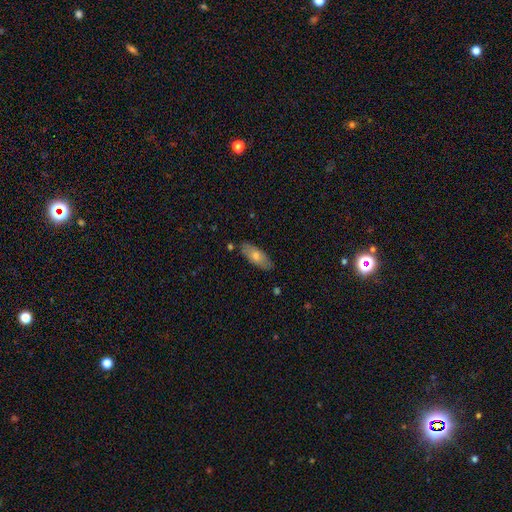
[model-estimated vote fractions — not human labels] A smooth galaxy with no disk features (61%) that is in between round and cigar-shaped (71%).

Vote fractions:
- Smooth or featured? smooth: 61% / featured or disk: 32% / star or artifact: 7%
- How rounded? in between: 71% / cigar-shaped: 26% / round: 3%
- Merging? none: 83% / minor disturbance: 12% / merger: 2% / major disturbance: 2%